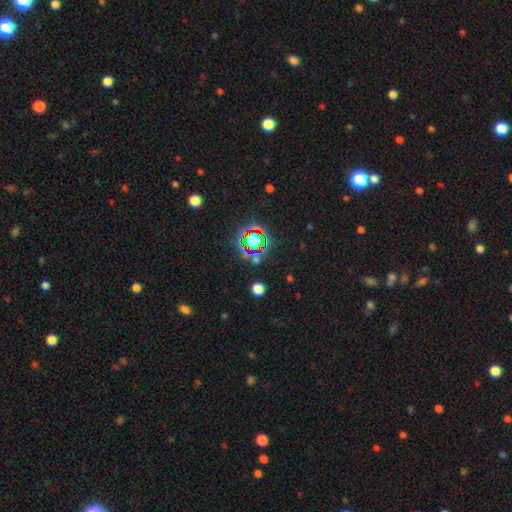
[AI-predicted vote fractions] Smooth or featured?
  - star or artifact: 76% *
  - smooth: 16%
  - featured or disk: 9%